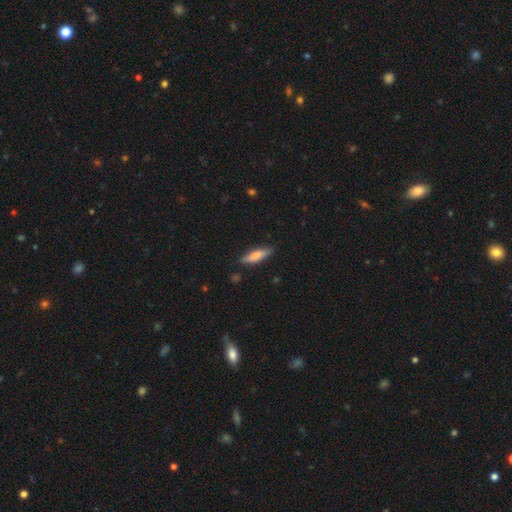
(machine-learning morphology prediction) Smooth or featured?
  - smooth: 73% *
  - featured or disk: 21%
  - star or artifact: 6%
How rounded?
  - cigar-shaped: 65% *
  - in between: 33%
  - round: 2%
Merging?
  - none: 83% *
  - minor disturbance: 13%
  - major disturbance: 3%
  - merger: 1%